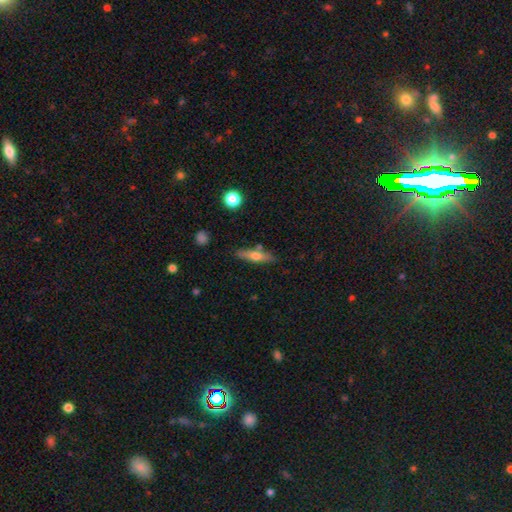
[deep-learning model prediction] This is possibly a smooth galaxy (57%). How rounded: likely cigar-shaped (69%). Merging: likely none (77%).